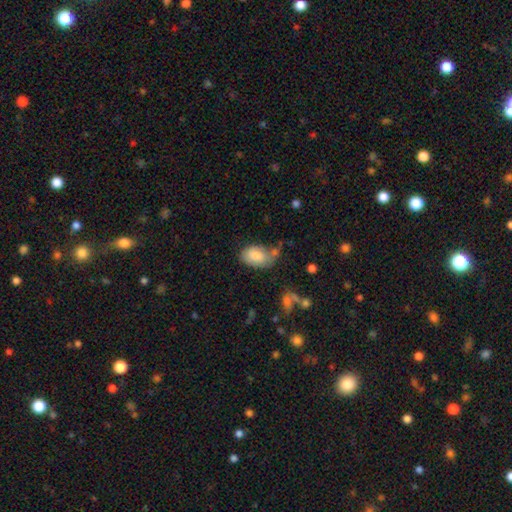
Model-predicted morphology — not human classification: Smooth or featured?
  - smooth: 82% *
  - featured or disk: 11%
  - star or artifact: 7%
How rounded?
  - in between: 90% *
  - round: 9%
  - cigar-shaped: 1%
Merging?
  - none: 56% *
  - minor disturbance: 25%
  - merger: 12%
  - major disturbance: 8%